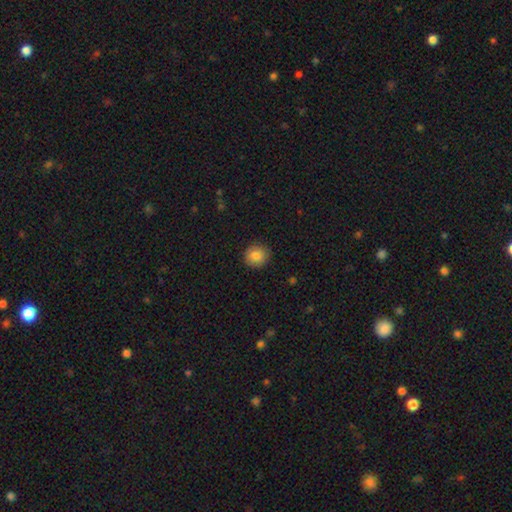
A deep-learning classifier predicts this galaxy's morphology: Smooth or featured: smooth — 85% (star or artifact — 9%)
How rounded: round — 86% (in between — 13%)
Merging: none — 89% (minor disturbance — 8%)